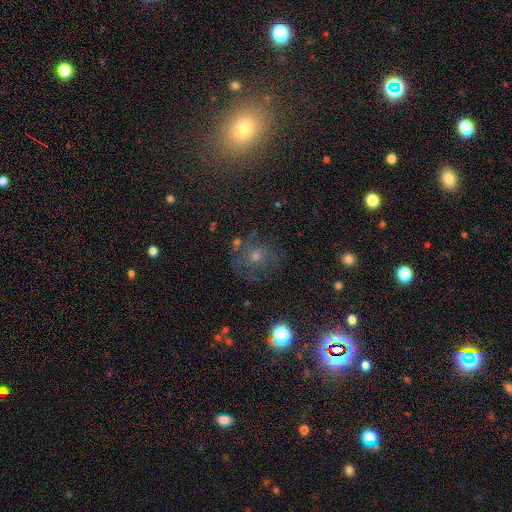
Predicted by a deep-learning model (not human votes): A smooth galaxy with no disk features (36%).

Vote fractions:
- Smooth or featured? smooth: 36% / featured or disk: 35% / star or artifact: 29%
- Merging? none: 70% / minor disturbance: 15% / major disturbance: 11% / merger: 4%